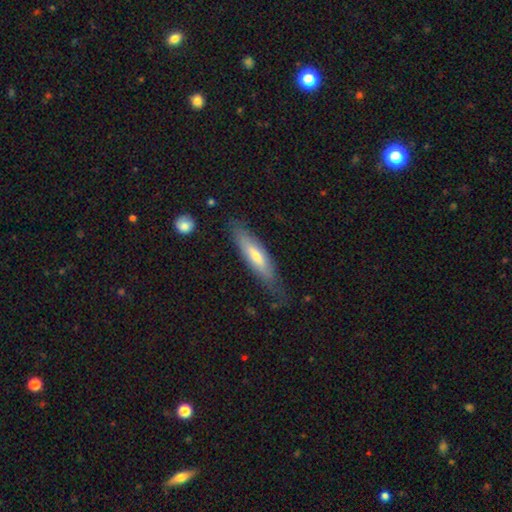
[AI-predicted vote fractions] smooth_or_featured: smooth (p=0.53) [alt: featured or disk p=0.41]
how_rounded: cigar-shaped (p=0.72) [alt: in between p=0.27]
merging: none (p=0.72) [alt: minor disturbance p=0.20]